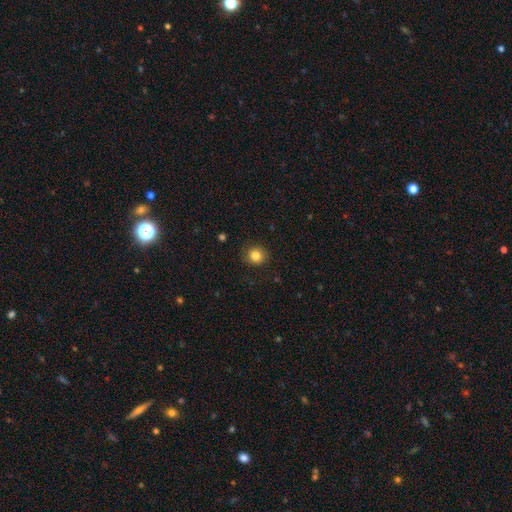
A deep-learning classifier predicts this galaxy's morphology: smooth_or_featured: smooth (p=0.83) [alt: star or artifact p=0.11]
how_rounded: round (p=0.84) [alt: in between p=0.15]
merging: none (p=0.86) [alt: minor disturbance p=0.10]